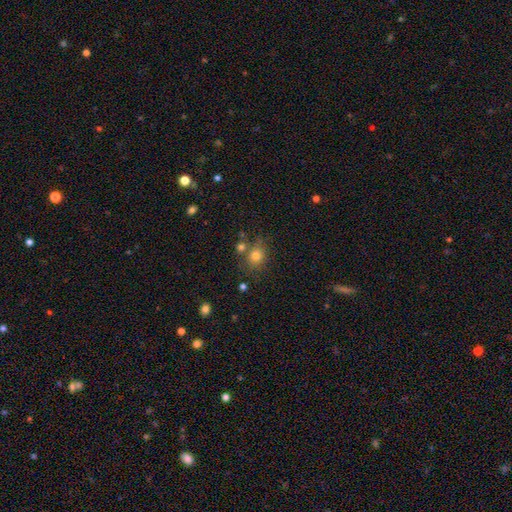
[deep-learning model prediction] A smooth galaxy with no disk features (77%) that is round (75%). Merging: none (66%).